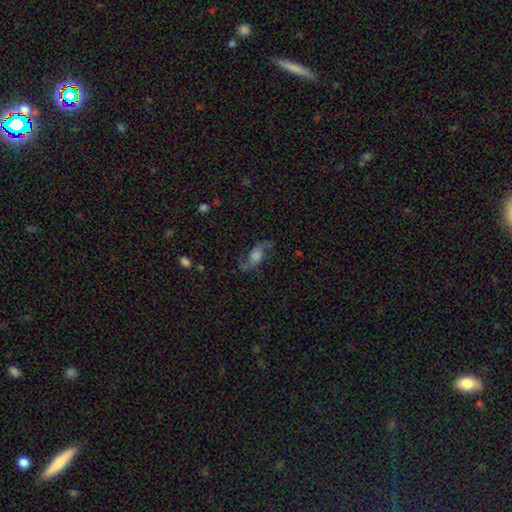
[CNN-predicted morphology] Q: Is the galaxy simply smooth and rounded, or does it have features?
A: featured or disk — 70%.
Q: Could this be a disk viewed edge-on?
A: no — 90%.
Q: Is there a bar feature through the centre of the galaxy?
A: no — 61%.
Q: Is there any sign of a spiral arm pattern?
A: yes — 92%.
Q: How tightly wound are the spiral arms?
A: loose — 70%.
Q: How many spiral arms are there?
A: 2 — 91%.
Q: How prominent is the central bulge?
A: large — 38%.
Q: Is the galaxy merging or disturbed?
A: none — 69%.